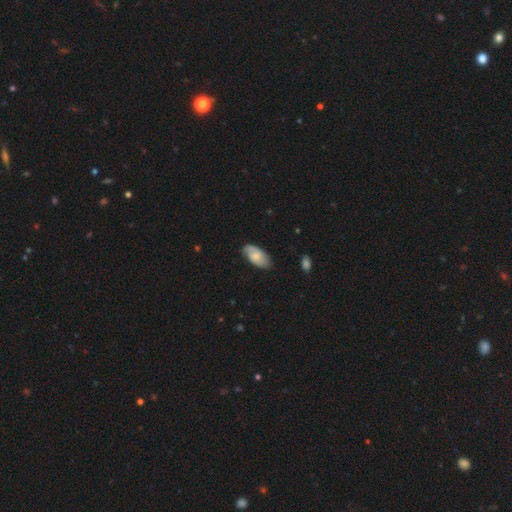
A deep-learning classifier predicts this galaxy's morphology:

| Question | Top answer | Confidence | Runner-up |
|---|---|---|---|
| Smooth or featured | smooth | 53% | featured or disk (41%) |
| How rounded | in between | 94% | cigar-shaped (4%) |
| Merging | none | 78% | minor disturbance (17%) |